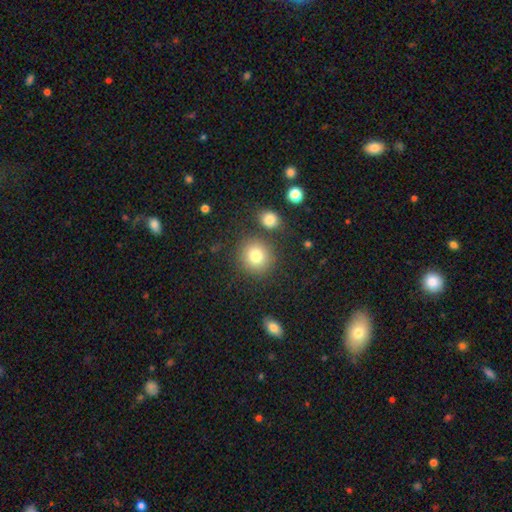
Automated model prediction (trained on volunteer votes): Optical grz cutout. It shows a smooth galaxy with no disk features (81%) that is round (89%). Merging: none (81%).